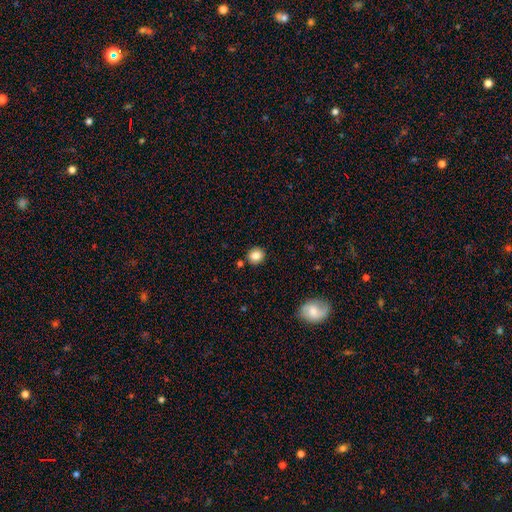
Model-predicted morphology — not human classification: type=smooth (84%); roundness=round (86%); merging=none (86%).